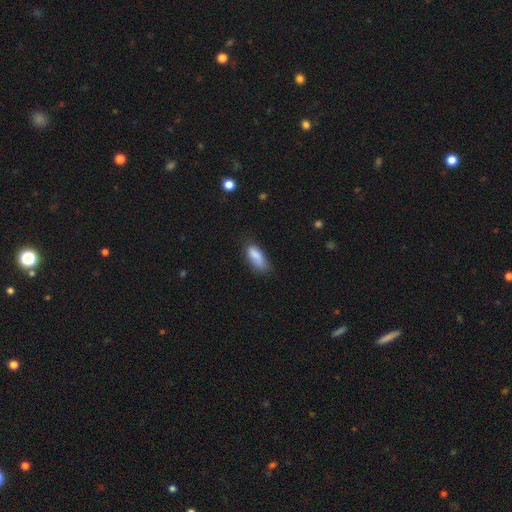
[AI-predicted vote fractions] Overall: smooth (82%). How rounded: in between (79%). Merging: none (53%; minor disturbance 33%).